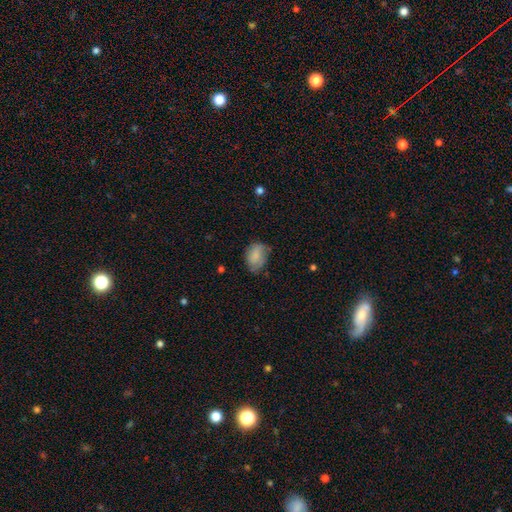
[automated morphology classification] A smooth galaxy with no disk features (75%) that is in between round and cigar-shaped (76%).

Vote fractions:
- Smooth or featured? smooth: 75% / featured or disk: 18% / star or artifact: 7%
- How rounded? in between: 76% / round: 23% / cigar-shaped: 1%
- Merging? none: 55% / minor disturbance: 33% / major disturbance: 10% / merger: 2%